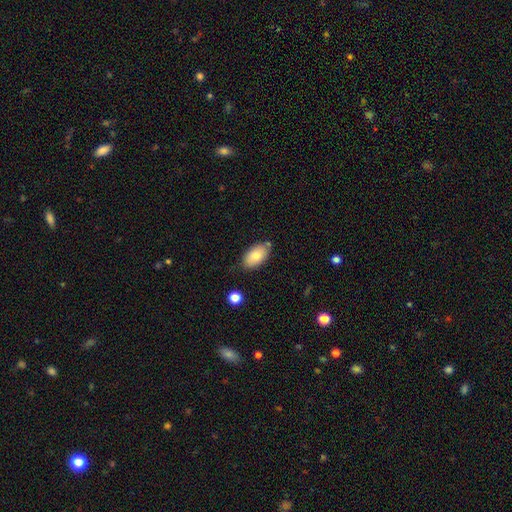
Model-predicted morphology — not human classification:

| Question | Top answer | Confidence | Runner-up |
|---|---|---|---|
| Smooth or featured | smooth | 79% | featured or disk (14%) |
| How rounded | in between | 93% | round (5%) |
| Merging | none | 75% | minor disturbance (17%) |